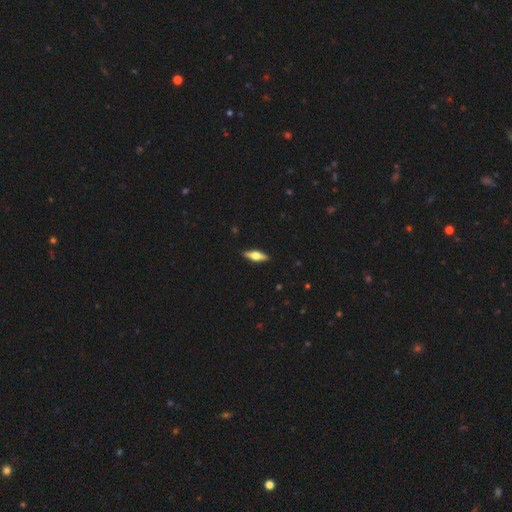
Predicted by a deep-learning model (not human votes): Overall: featured or disk (50%; smooth 44%). Edge-on disk: yes (93%). Merging: none (90%).